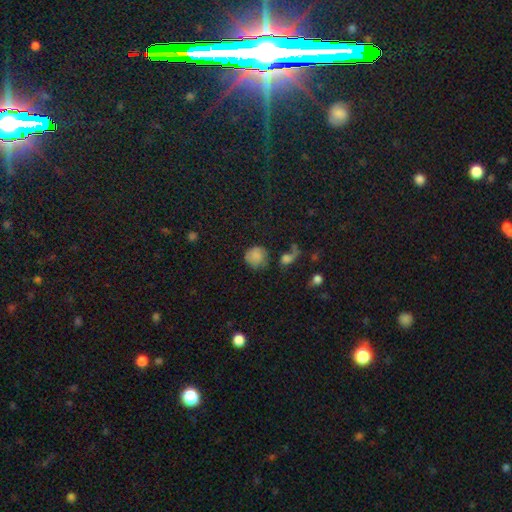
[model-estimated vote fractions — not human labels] Smooth or featured: smooth — 74% (featured or disk — 13%)
How rounded: round — 83% (in between — 16%)
Merging: none — 55% (minor disturbance — 22%)